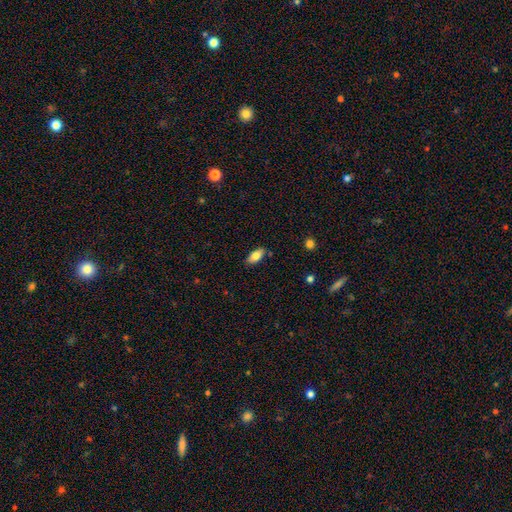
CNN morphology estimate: Overall: smooth (78%). How rounded: in between (89%). Merging: none (85%).